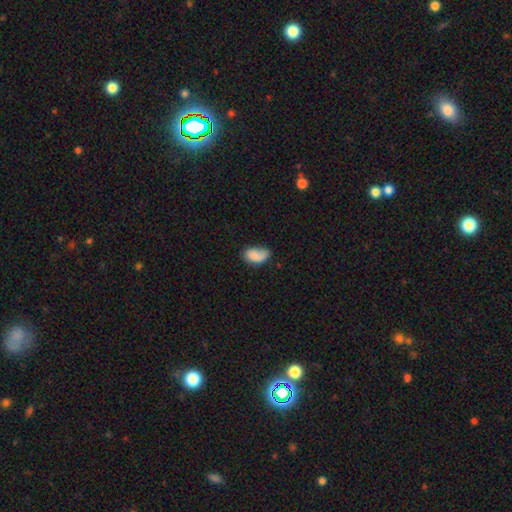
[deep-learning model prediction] smooth 81%, featured or disk 12%, star or artifact 7%. Down the decision tree: how rounded — in between (92%); merging — none (48%).